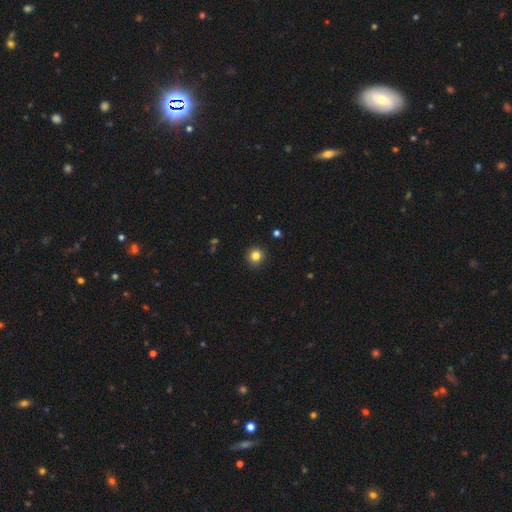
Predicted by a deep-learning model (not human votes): A smooth galaxy with no disk features (83%) that is round (93%). Merging: none (92%).